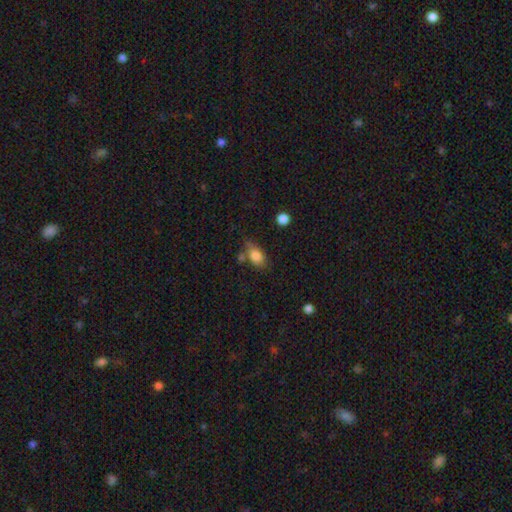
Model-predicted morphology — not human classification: smooth-or-featured: smooth: 81% | featured or disk: 10% | star or artifact: 8%
  how-rounded: in between: 83% | round: 14% | cigar-shaped: 3%
  merging: none: 55% | minor disturbance: 24% | merger: 13% | major disturbance: 8%